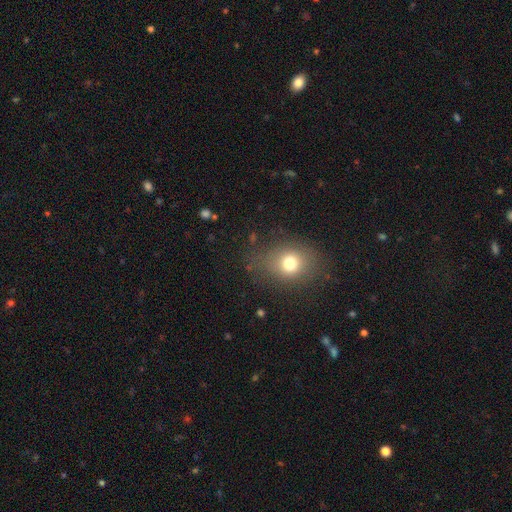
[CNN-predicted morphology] This appears to be a smooth galaxy with no disk features (67%) that is in between round and cigar-shaped (52%). Merging: none (81%).